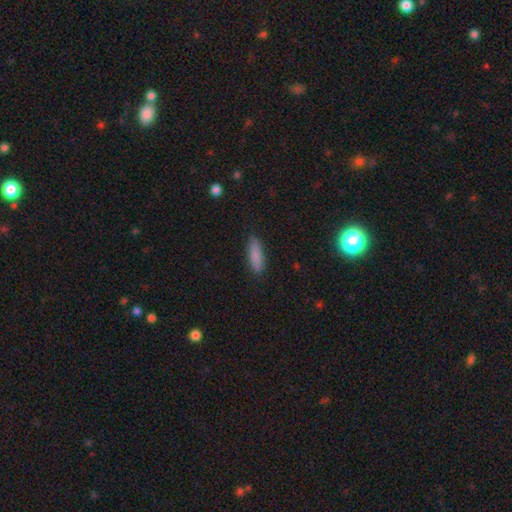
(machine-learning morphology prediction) Overall: smooth (85%). How rounded: cigar-shaped (52%; in between 46%). Merging: none (87%).